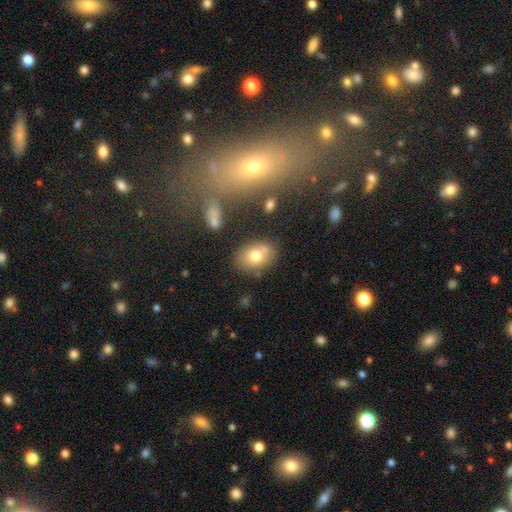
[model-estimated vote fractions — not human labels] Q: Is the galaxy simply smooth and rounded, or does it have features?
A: smooth — 74%.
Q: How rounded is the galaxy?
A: in between — 70%.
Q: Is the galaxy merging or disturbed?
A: none — 67%.